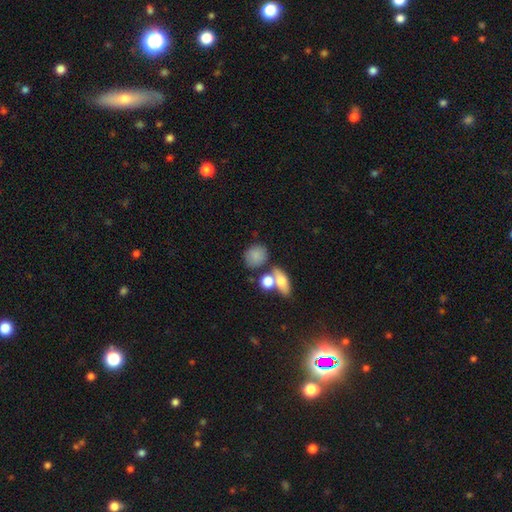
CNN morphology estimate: Smooth or featured?
  - smooth: 80% *
  - featured or disk: 11%
  - star or artifact: 9%
How rounded?
  - round: 63% *
  - in between: 35%
  - cigar-shaped: 2%
Merging?
  - none: 56% *
  - merger: 23%
  - minor disturbance: 15%
  - major disturbance: 6%